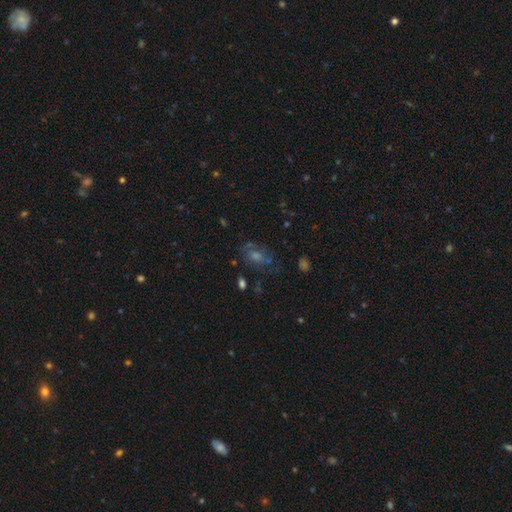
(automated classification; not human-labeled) Morphology: type=featured or disk (42%); merging=none (65%).